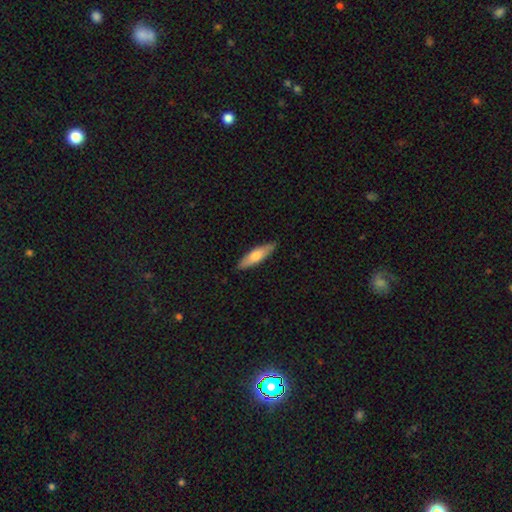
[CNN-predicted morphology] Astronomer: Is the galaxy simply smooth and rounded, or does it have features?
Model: smooth — 64%.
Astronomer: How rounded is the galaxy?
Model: cigar-shaped — 63%.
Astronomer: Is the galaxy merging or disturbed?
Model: none — 89%.